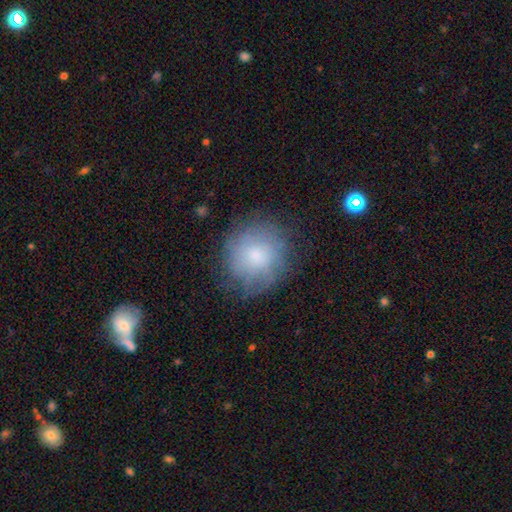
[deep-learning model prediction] The model was most divided on "smooth or featured": smooth: 62%, featured or disk: 28%, star or artifact: 10%. More confident: how rounded — round (90%); merging — none (73%).